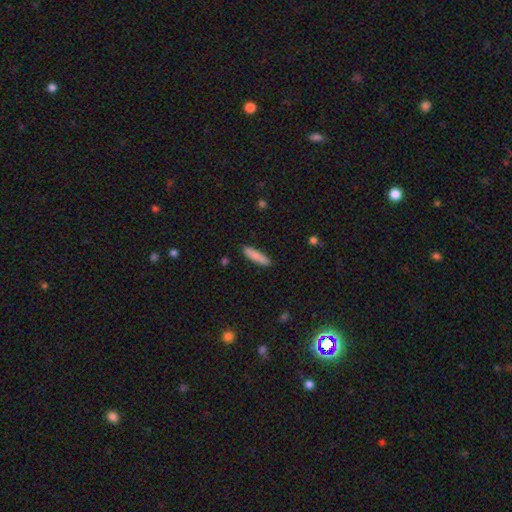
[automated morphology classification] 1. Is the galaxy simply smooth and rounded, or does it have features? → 86% smooth, 8% featured or disk, 6% star or artifact.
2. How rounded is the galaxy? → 78% cigar-shaped, 21% in between, 1% round.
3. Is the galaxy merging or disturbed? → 88% none, 9% minor disturbance, 2% major disturbance, 1% merger.